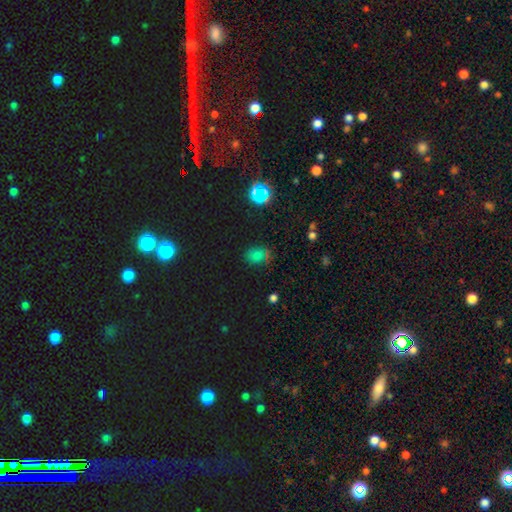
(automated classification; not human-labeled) Q: Smooth or featured?
A: smooth (51%); runner-up: star or artifact (39%)
Q: How rounded?
A: in between (53%); runner-up: round (45%)
Q: Merging?
A: none (70%); runner-up: minor disturbance (18%)